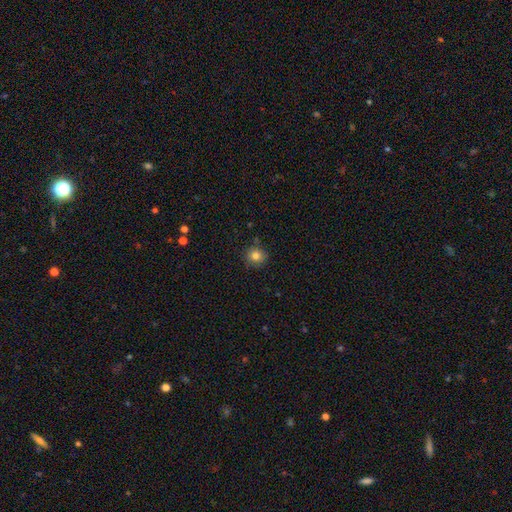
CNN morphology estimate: smooth 81%, star or artifact 12%, featured or disk 7%. Down the decision tree: how rounded — round (90%); merging — none (84%).